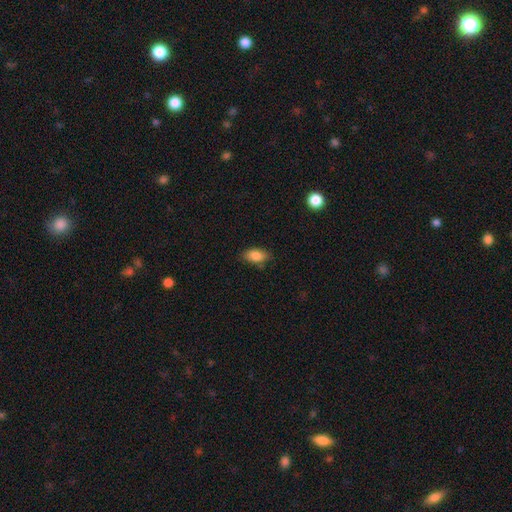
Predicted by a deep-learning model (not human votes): Smooth or featured? Predicted: smooth (p=0.86). How rounded? Predicted: in between (p=0.90). Merging? Predicted: none (p=0.79).